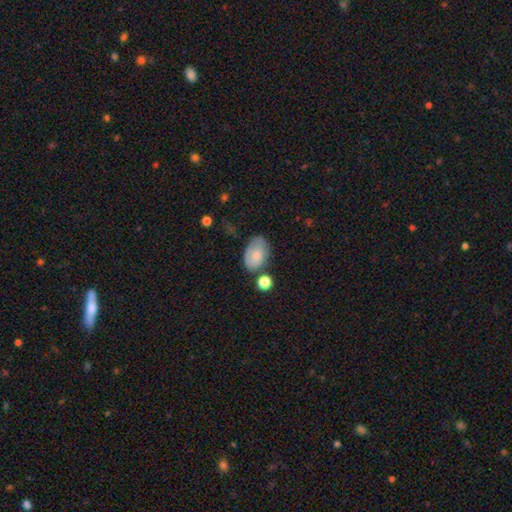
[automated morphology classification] Smooth or featured: smooth — 72% (featured or disk — 20%)
How rounded: in between — 89% (round — 10%)
Merging: none — 58% (minor disturbance — 26%)